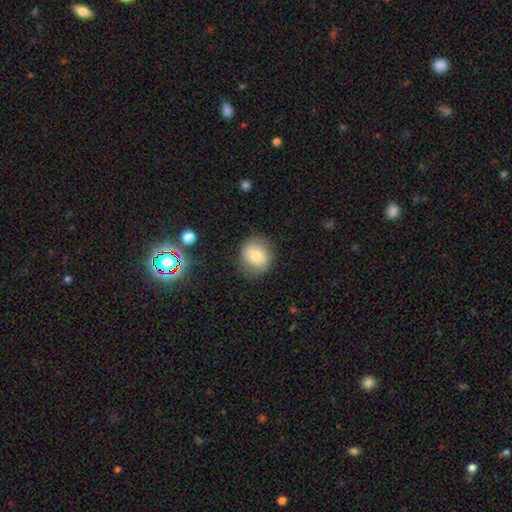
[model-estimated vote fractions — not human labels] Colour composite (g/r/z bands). It shows a smooth galaxy with no disk features (70%) that is round (77%). Merging: none (77%).